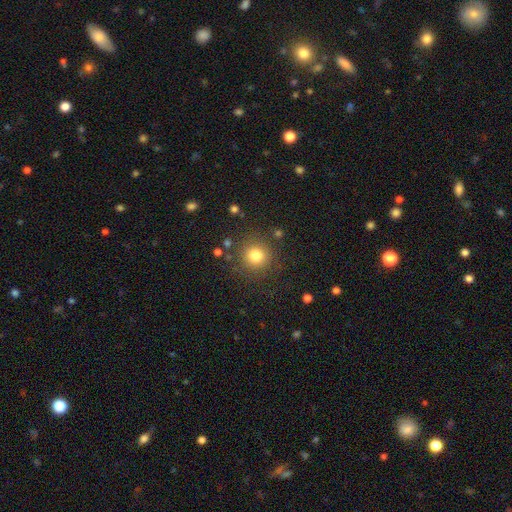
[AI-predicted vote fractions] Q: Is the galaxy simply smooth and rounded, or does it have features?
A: smooth — 80%.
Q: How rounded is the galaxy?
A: round — 93%.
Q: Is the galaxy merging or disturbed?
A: none — 86%.